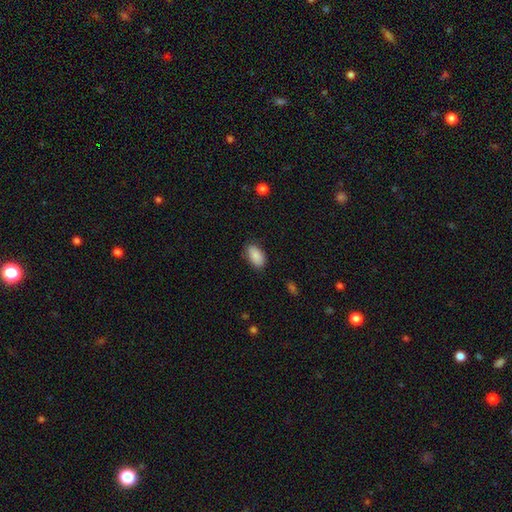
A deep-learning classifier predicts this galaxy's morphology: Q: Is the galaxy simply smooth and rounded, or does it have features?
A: smooth — 87%.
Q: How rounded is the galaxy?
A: in between — 93%.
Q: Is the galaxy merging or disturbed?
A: none — 79%.